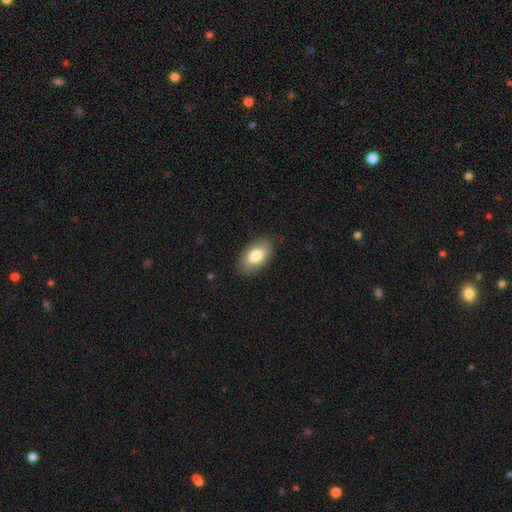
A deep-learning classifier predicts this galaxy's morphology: A smooth galaxy with no disk features (77%) that is in between round and cigar-shaped (94%).

Vote fractions:
- Smooth or featured? smooth: 77% / featured or disk: 17% / star or artifact: 6%
- How rounded? in between: 94% / round: 4% / cigar-shaped: 2%
- Merging? none: 87% / minor disturbance: 10% / major disturbance: 3% / merger: 1%